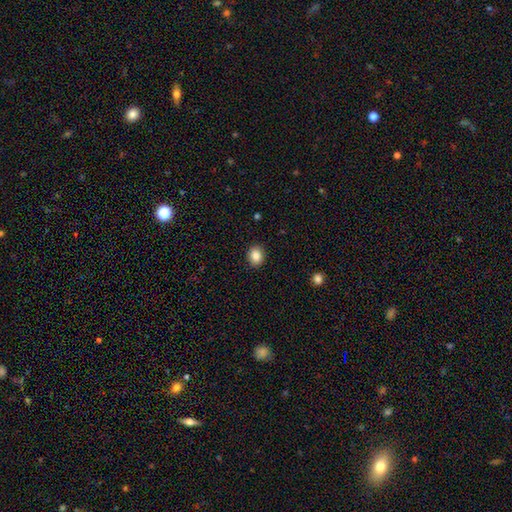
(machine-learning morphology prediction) This appears to be a smooth galaxy with no disk features (86%) that is round (54%). Merging: none (90%).